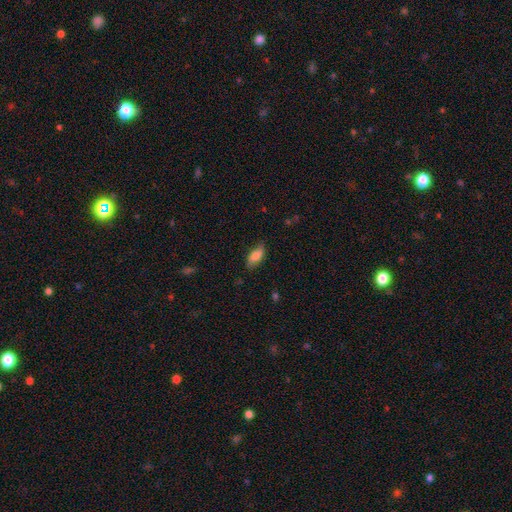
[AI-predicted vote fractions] Morphology: type=smooth (74%); roundness=in between (86%); merging=none (71%).